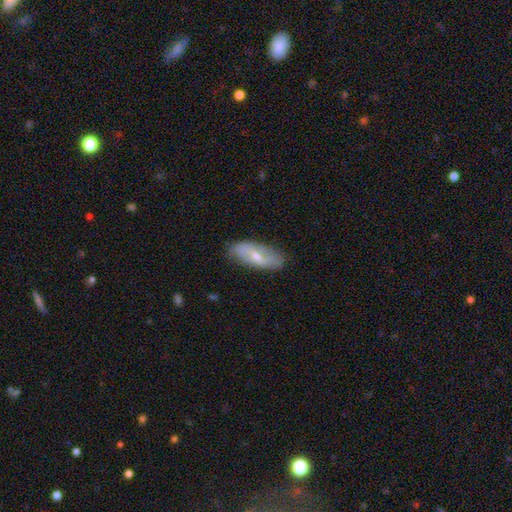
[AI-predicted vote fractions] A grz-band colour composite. It shows a featured or disk galaxy (52%). Merging: none (78%).